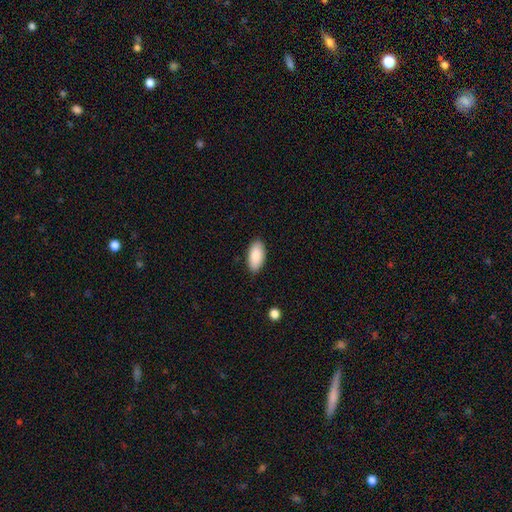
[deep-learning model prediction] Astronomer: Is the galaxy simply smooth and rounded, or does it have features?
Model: smooth — 88%.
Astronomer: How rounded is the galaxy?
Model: in between — 93%.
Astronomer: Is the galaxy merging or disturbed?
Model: none — 87%.